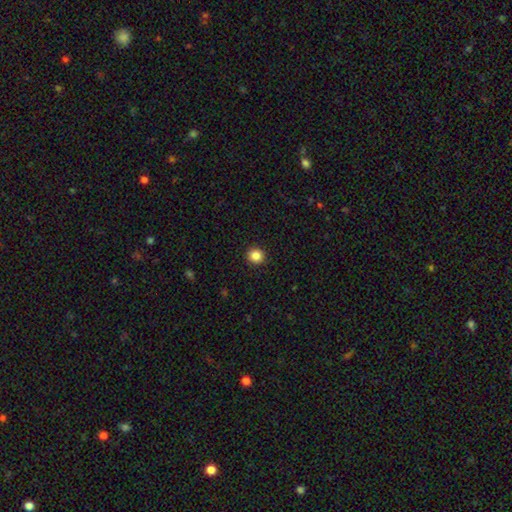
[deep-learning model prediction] This appears to be a smooth galaxy with no disk features (86%) that is round (92%). Merging: none (93%).